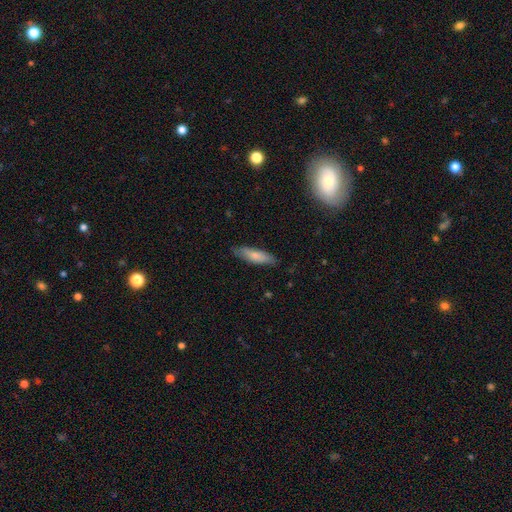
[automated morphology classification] A smooth galaxy with no disk features (77%) that is cigar-shaped (62%). Merging: none (82%).